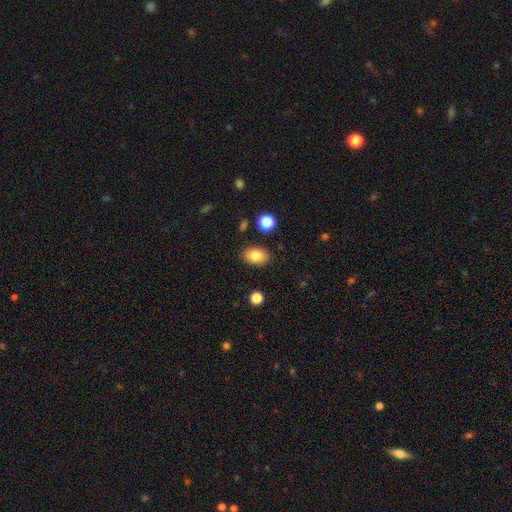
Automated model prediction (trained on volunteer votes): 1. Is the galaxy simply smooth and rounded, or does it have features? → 83% smooth, 9% featured or disk, 8% star or artifact.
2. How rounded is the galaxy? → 85% in between, 14% round, 1% cigar-shaped.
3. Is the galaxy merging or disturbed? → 86% none, 9% minor disturbance, 2% major disturbance, 2% merger.